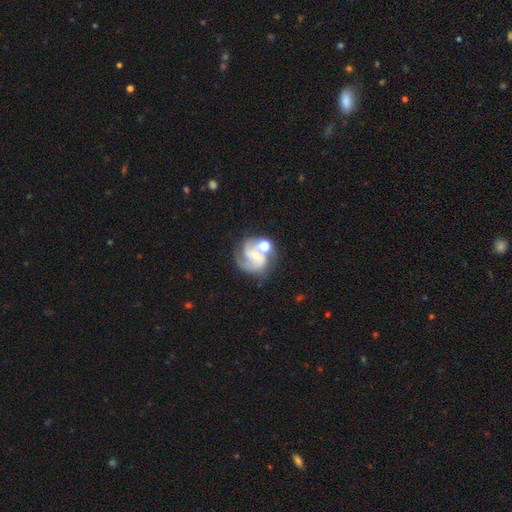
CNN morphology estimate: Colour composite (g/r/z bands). It shows a featured or disk galaxy (76%) with no bar (50%), 2 (45%) medium (48%) spiral arms (92%) and a small central bulge (55%). Merging: none (47%).